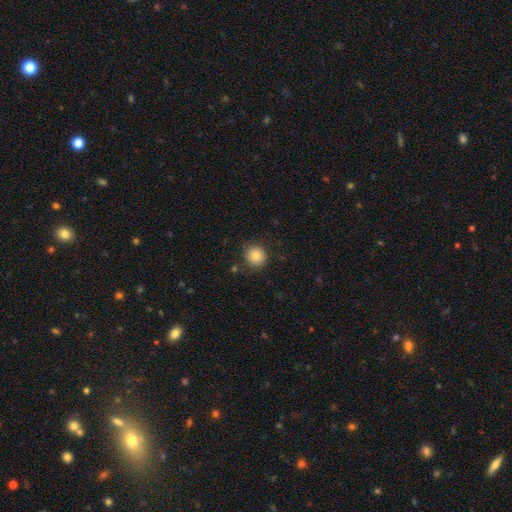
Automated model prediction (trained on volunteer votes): The model was most divided on "smooth or featured": smooth: 84%, star or artifact: 10%, featured or disk: 6%. More confident: how rounded — round (91%); merging — none (86%).